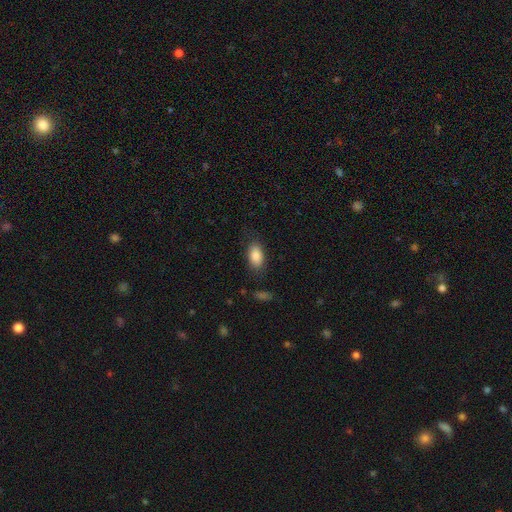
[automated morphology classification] A smooth galaxy with no disk features (86%) that is in between round and cigar-shaped (91%). Merging: none (82%).